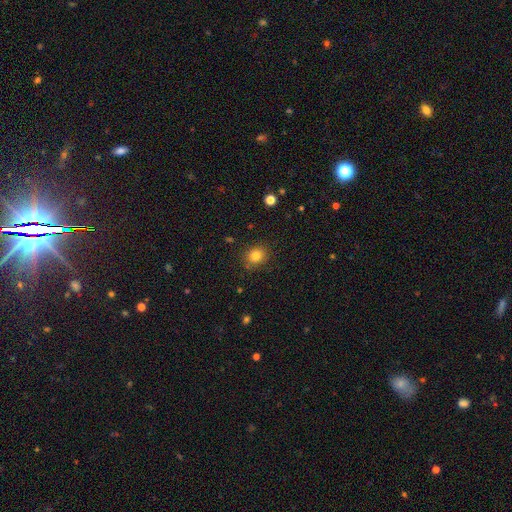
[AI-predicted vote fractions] Morphology: type=smooth (82%); roundness=round (76%); merging=none (86%).